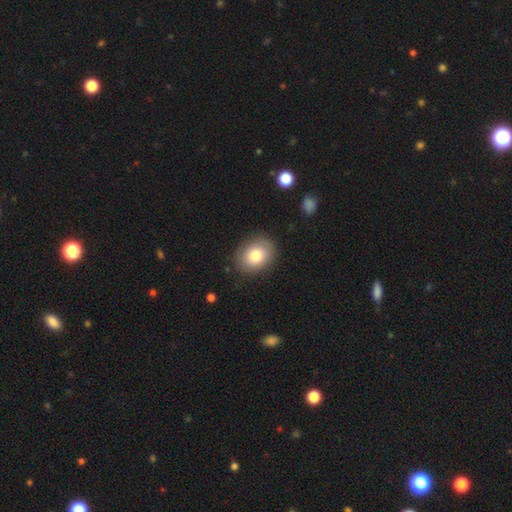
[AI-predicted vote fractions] Morphology: type=smooth (80%); roundness=in between (56%); merging=none (85%).